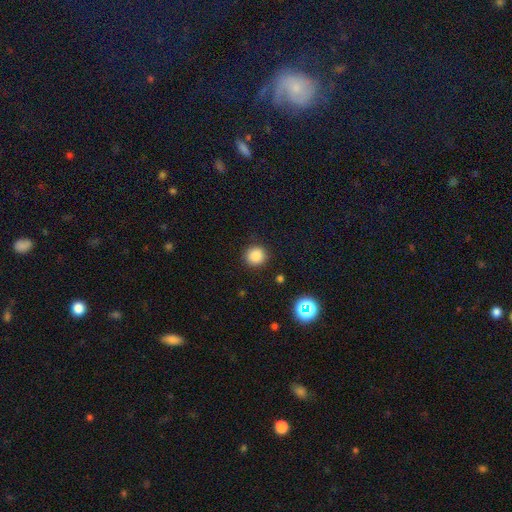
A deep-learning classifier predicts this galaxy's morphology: Q: Smooth or featured?
A: smooth (85%); runner-up: star or artifact (11%)
Q: How rounded?
A: round (93%); runner-up: in between (6%)
Q: Merging?
A: none (89%); runner-up: minor disturbance (7%)